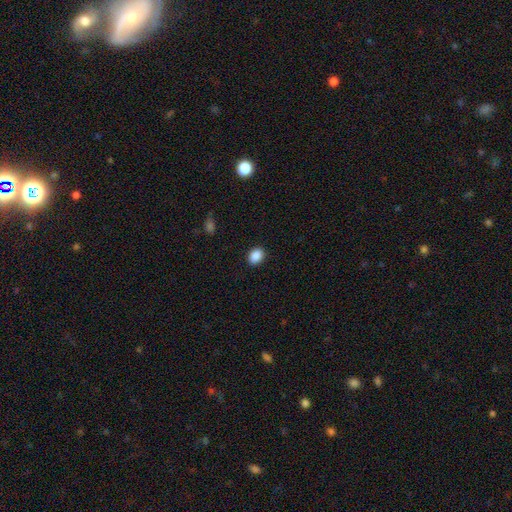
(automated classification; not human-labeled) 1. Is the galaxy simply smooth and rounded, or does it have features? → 89% smooth, 8% star or artifact, 3% featured or disk.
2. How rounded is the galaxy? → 58% in between, 41% round, 1% cigar-shaped.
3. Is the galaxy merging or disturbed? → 90% none, 7% minor disturbance, 2% major disturbance, 1% merger.